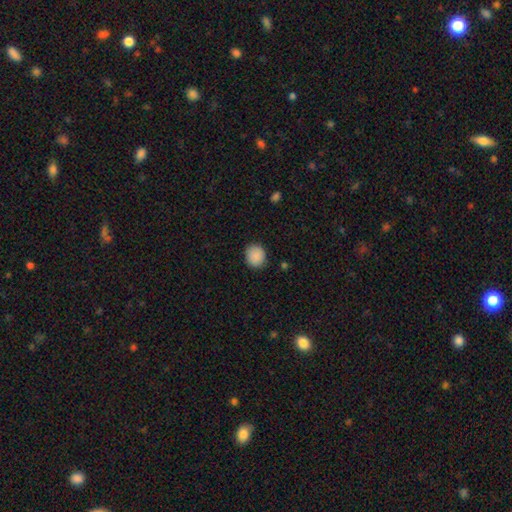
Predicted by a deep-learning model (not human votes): A smooth galaxy with no disk features (89%) that is round (81%). Merging: none (87%).